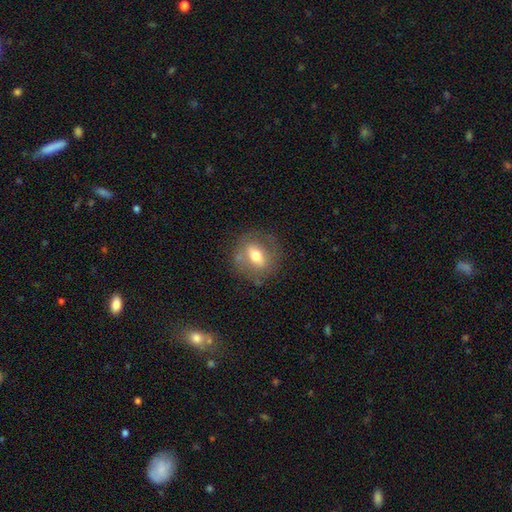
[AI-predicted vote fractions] A smooth galaxy with no disk features (49%).

Vote fractions:
- Smooth or featured? smooth: 49% / featured or disk: 43% / star or artifact: 9%
- Merging? none: 75% / minor disturbance: 16% / major disturbance: 7% / merger: 2%